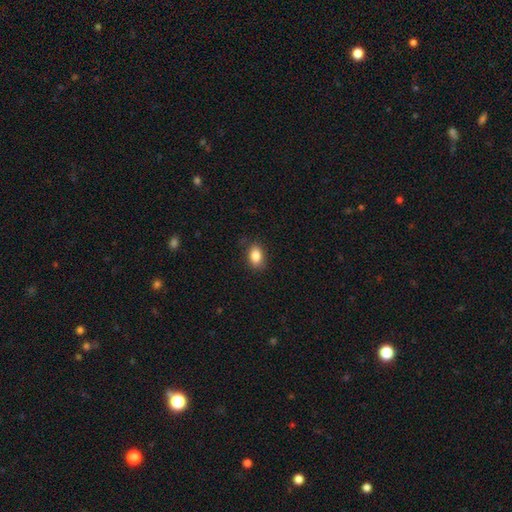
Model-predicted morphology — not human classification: smooth 85%, star or artifact 9%, featured or disk 6%. Down the decision tree: how rounded — in between (82%); merging — none (83%).